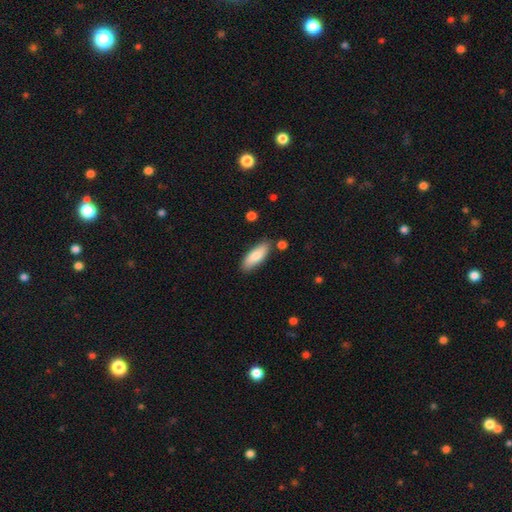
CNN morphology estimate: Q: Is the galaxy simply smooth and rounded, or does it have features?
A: smooth — 80%.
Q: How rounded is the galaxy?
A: in between — 64%.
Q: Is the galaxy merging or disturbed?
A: none — 83%.